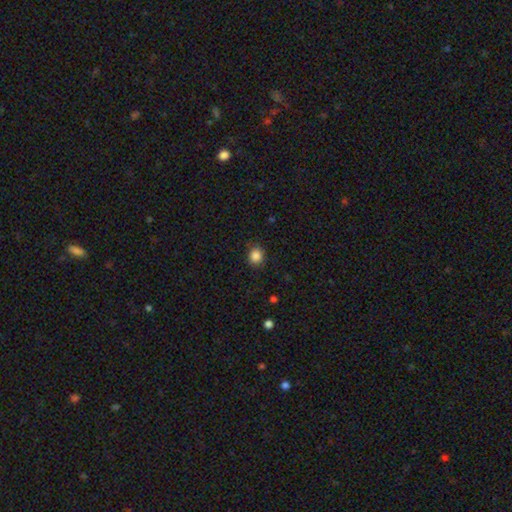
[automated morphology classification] Q: Smooth or featured?
A: smooth (86%); runner-up: star or artifact (10%)
Q: How rounded?
A: round (80%); runner-up: in between (19%)
Q: Merging?
A: none (86%); runner-up: minor disturbance (10%)